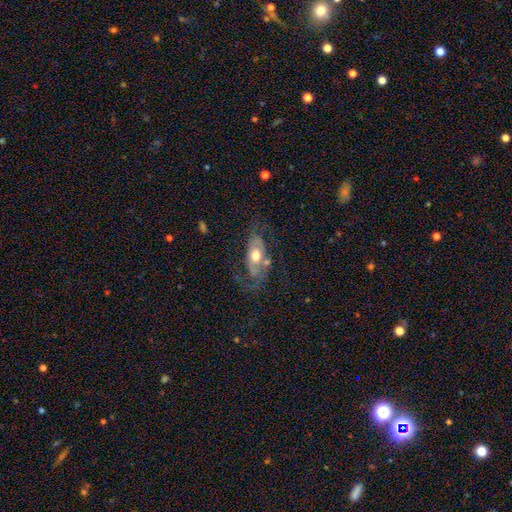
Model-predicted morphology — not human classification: Smooth or featured?
  - featured or disk: 62% *
  - smooth: 31%
  - star or artifact: 7%
Edge-on disk?
  - no: 86% *
  - yes: 14%
Bar?
  - no: 77% *
  - weak: 18%
  - strong: 5%
Spiral arms?
  - yes: 63% *
  - no: 37%
Bulge size?
  - moderate: 70% *
  - large: 20%
  - small: 7%
  - dominant: 2%
  - none: 1%
Merging?
  - none: 48% *
  - major disturbance: 23%
  - minor disturbance: 23%
  - merger: 6%